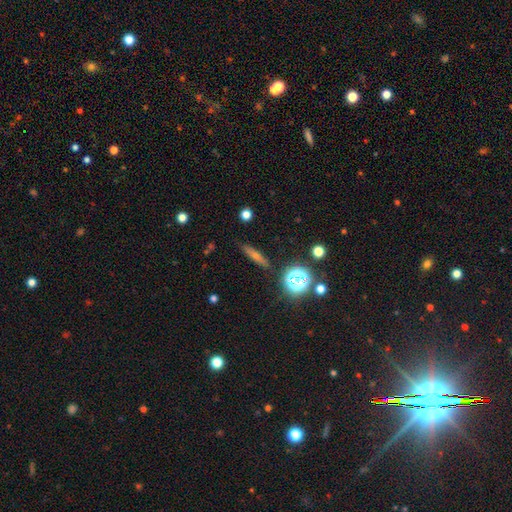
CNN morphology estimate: This appears to be a smooth galaxy with no disk features (41%). Merging: none (88%).